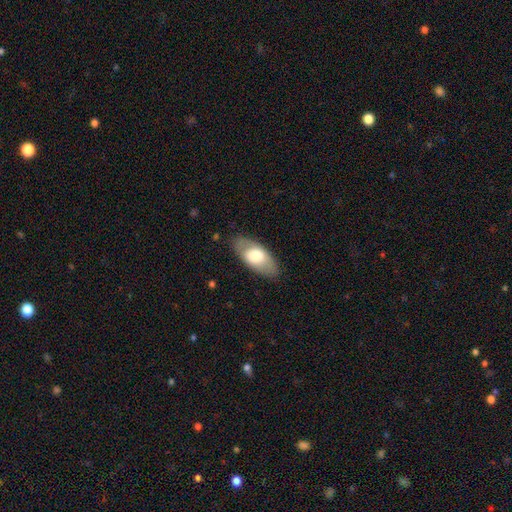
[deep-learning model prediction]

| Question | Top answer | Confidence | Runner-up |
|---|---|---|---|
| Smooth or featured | smooth | 64% | featured or disk (30%) |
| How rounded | in between | 90% | cigar-shaped (7%) |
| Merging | none | 82% | minor disturbance (13%) |